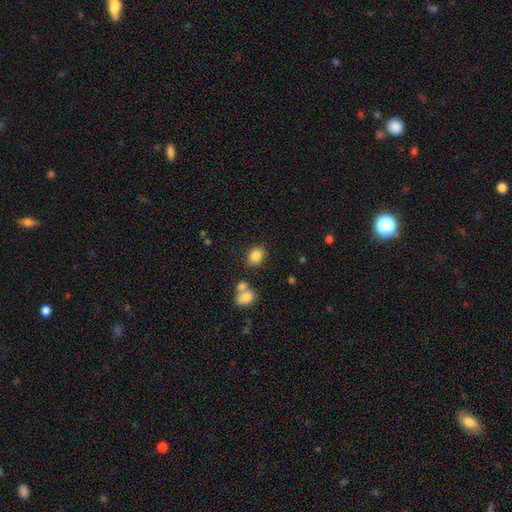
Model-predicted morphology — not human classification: smooth_or_featured: smooth (p=0.84) [alt: star or artifact p=0.10]
how_rounded: in between (p=0.58) [alt: round p=0.41]
merging: none (p=0.76) [alt: minor disturbance p=0.12]